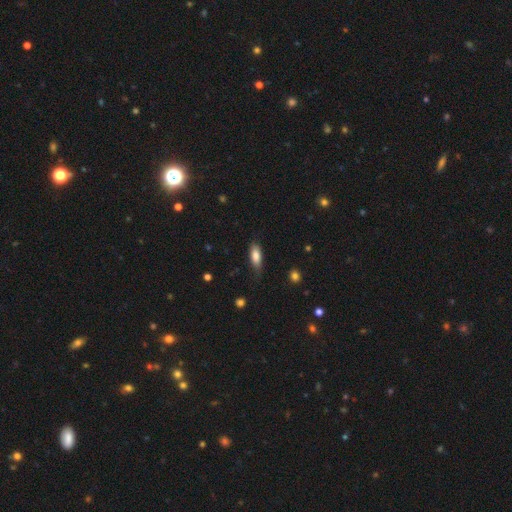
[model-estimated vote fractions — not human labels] The model was most divided on "how rounded": in between: 66%, cigar-shaped: 31%, round: 2%. More confident: smooth or featured — smooth (80%); merging — none (68%).